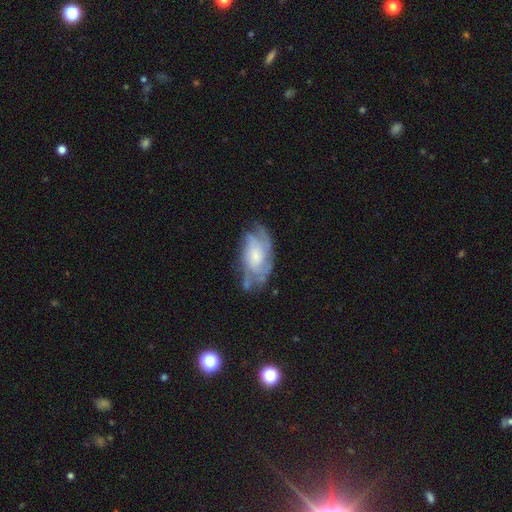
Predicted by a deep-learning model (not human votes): The model was most divided on "bulge size": moderate: 40%, small: 38%, large: 11%, none: 10%, dominant: 2%. Remaining: edge-on disk — no (94%); spiral arms — yes (89%); smooth or featured — featured or disk (74%); bar — no (69%); merging — none (57%); spiral winding — tight (47%); spiral arm count — can't tell (42%).